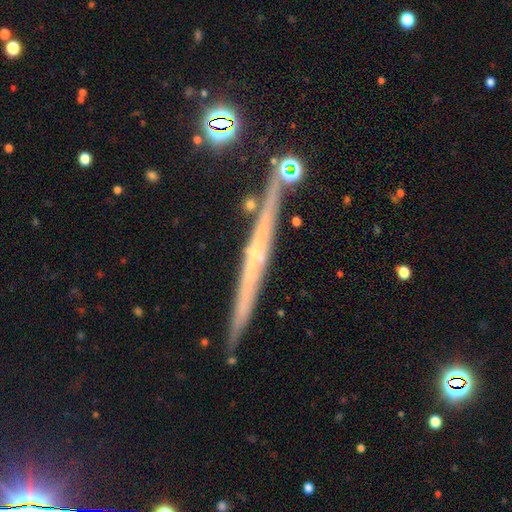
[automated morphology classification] This appears to be a featured or disk galaxy (69%) viewed edge-on (97%) with no central bulge (68%). Merging: none (87%).